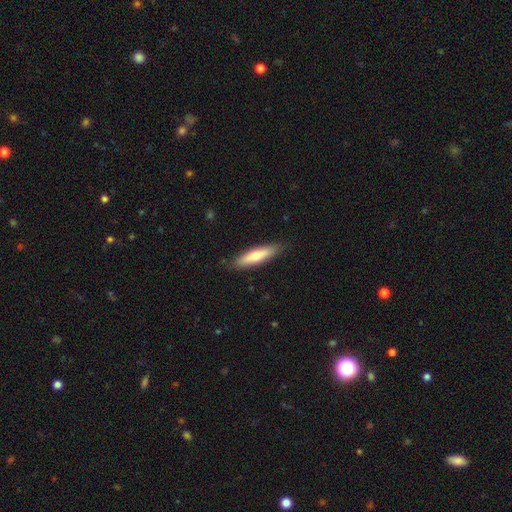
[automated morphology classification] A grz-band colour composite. It shows a smooth galaxy with no disk features (65%) that is cigar-shaped (72%). Merging: none (86%).